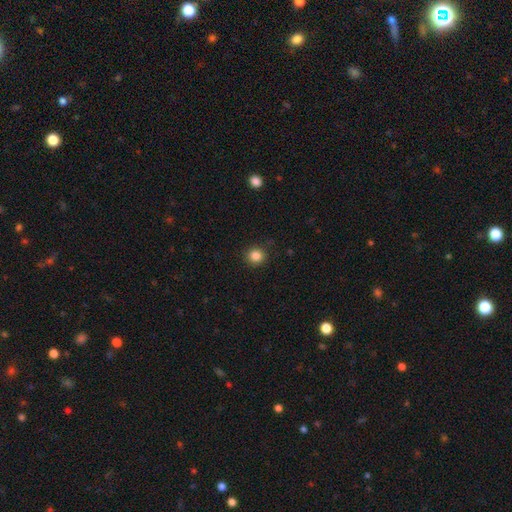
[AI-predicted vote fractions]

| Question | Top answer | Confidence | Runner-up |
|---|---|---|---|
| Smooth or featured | smooth | 85% | star or artifact (11%) |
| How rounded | round | 92% | in between (7%) |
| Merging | none | 90% | minor disturbance (6%) |